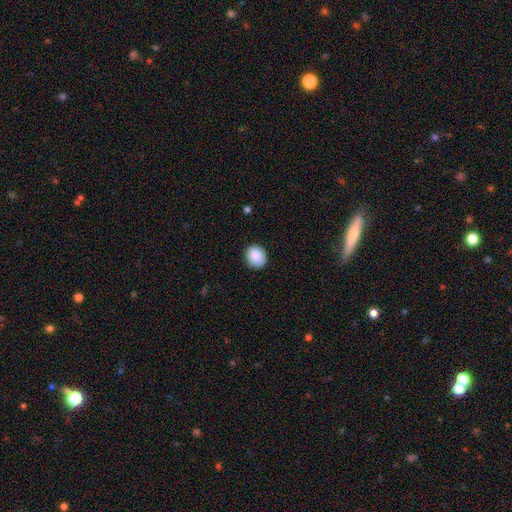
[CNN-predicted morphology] Smooth or featured? smooth (89%)
How rounded? round (67%)
Merging? none (85%)